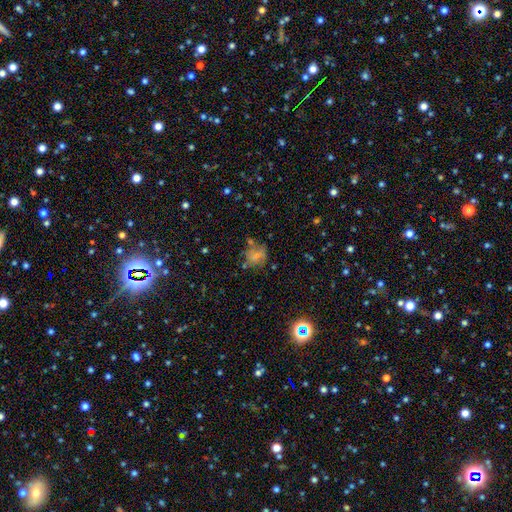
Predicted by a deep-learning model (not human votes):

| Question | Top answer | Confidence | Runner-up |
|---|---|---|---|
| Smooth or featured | smooth | 57% | featured or disk (28%) |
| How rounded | round | 56% | in between (42%) |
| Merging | none | 48% | minor disturbance (24%) |